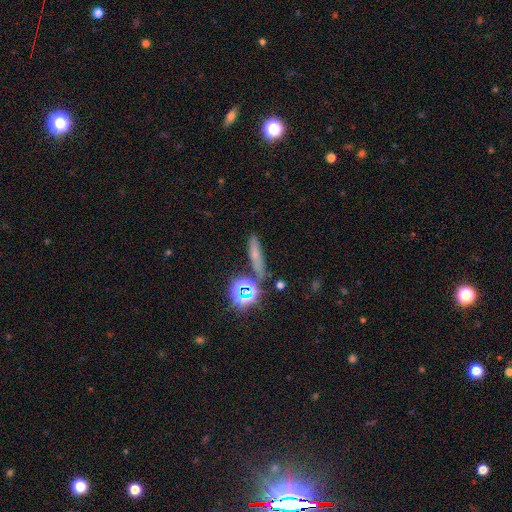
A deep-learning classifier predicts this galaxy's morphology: type=smooth (50%); merging=none (77%).